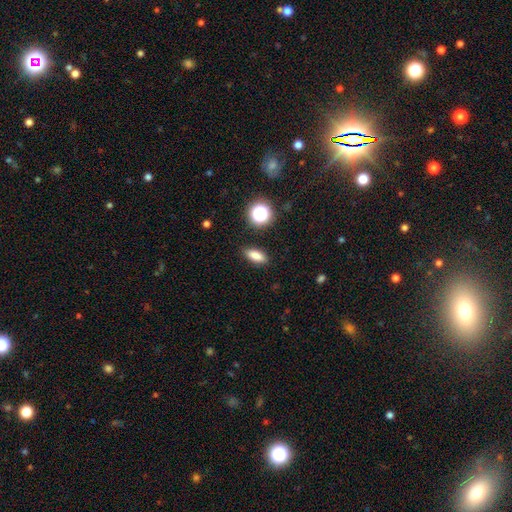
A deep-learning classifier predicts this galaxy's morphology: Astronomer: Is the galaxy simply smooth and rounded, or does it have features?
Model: smooth — 81%.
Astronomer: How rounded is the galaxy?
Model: in between — 73%.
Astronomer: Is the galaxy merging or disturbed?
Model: none — 87%.